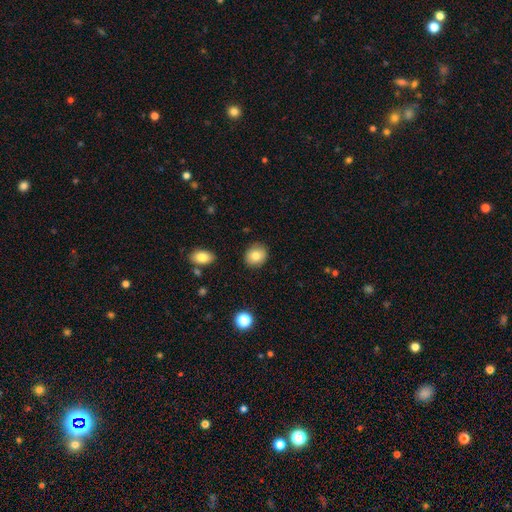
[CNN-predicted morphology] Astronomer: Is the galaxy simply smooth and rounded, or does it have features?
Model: smooth — 82%.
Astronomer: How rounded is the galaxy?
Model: round — 66%.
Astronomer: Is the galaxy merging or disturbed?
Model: none — 88%.